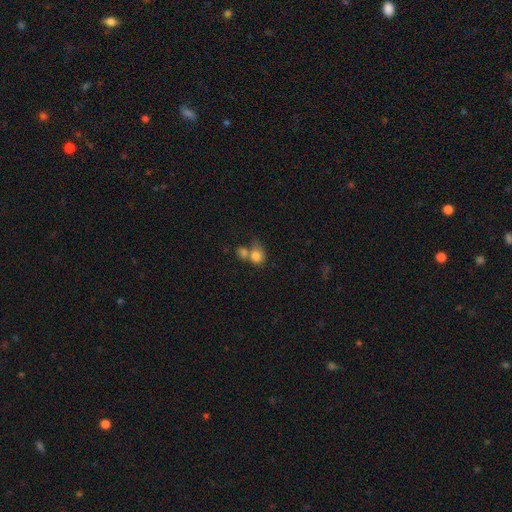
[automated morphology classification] smooth 80%, featured or disk 11%, star or artifact 9%. Down the decision tree: how rounded — round (66%); merging — merger (55%).